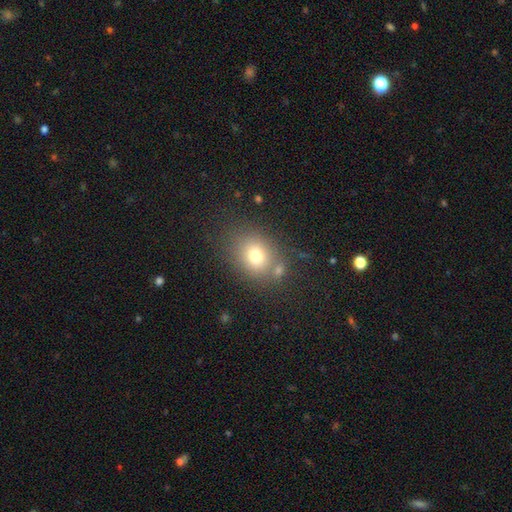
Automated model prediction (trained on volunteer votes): This appears to be a smooth galaxy with no disk features (73%) that is round (53%). Merging: none (69%).